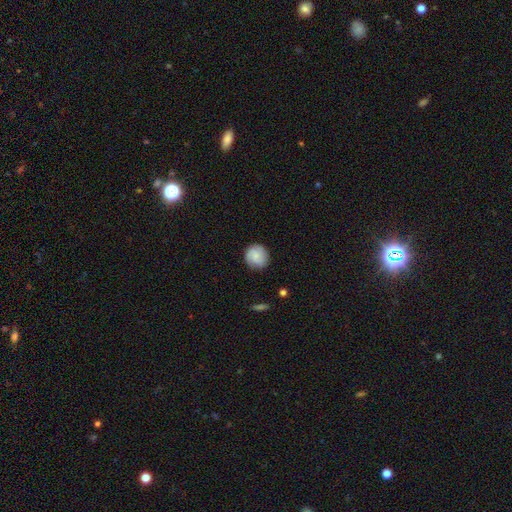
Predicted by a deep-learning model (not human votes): Morphology: type=smooth (70%); roundness=round (89%); merging=none (82%).